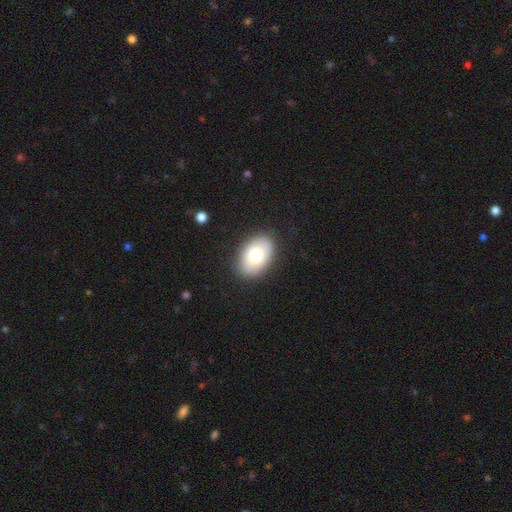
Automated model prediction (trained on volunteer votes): smooth_or_featured: smooth (p=0.74) [alt: featured or disk p=0.19]
how_rounded: in between (p=0.88) [alt: round p=0.11]
merging: none (p=0.87) [alt: minor disturbance p=0.09]